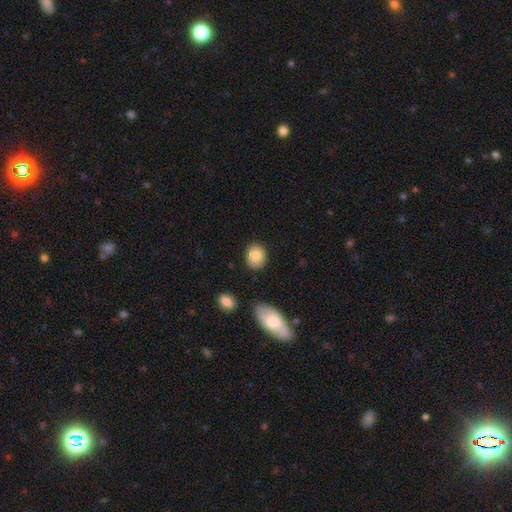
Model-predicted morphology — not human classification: A smooth galaxy with no disk features (85%) that is round (54%).

Vote fractions:
- Smooth or featured? smooth: 85% / featured or disk: 8% / star or artifact: 7%
- How rounded? round: 54% / in between: 45% / cigar-shaped: 1%
- Merging? none: 85% / minor disturbance: 10% / merger: 3% / major disturbance: 2%